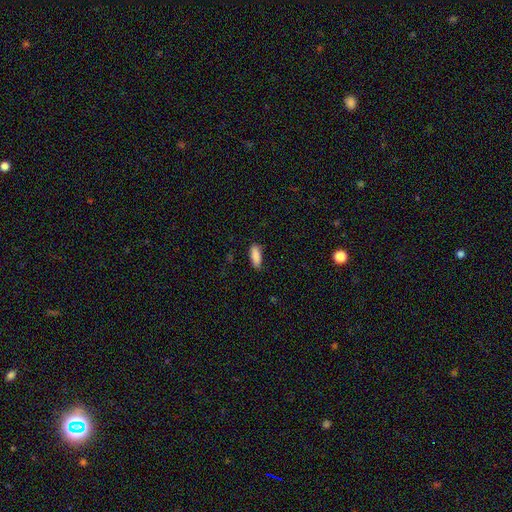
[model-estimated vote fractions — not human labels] This appears to be a smooth galaxy with no disk features (90%) that is in between round and cigar-shaped (77%). Merging: none (83%).